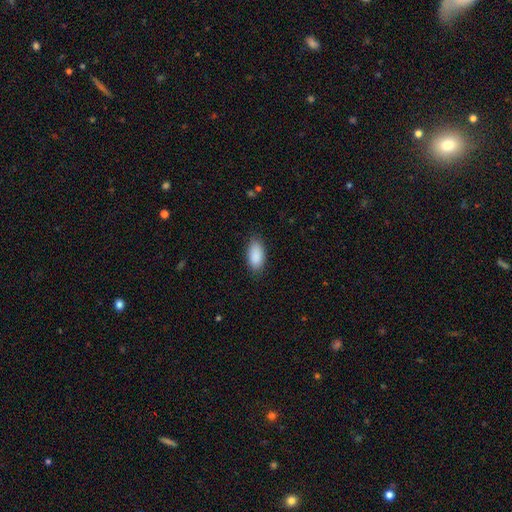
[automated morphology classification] This appears to be a smooth galaxy with no disk features (90%) that is in between round and cigar-shaped (92%). Merging: none (85%).